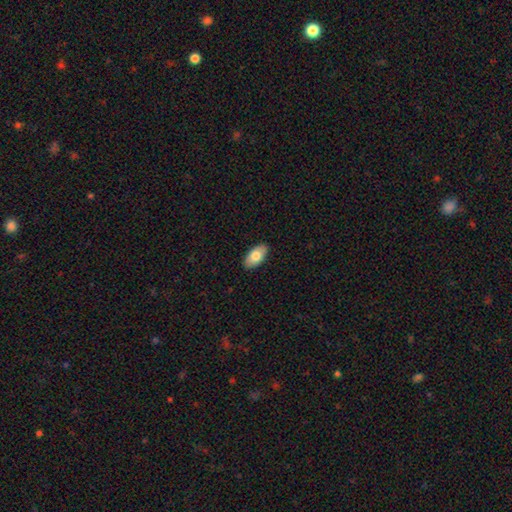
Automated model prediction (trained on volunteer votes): Smooth or featured: smooth — 78% (featured or disk — 15%)
How rounded: in between — 94% (round — 3%)
Merging: none — 90% (minor disturbance — 8%)